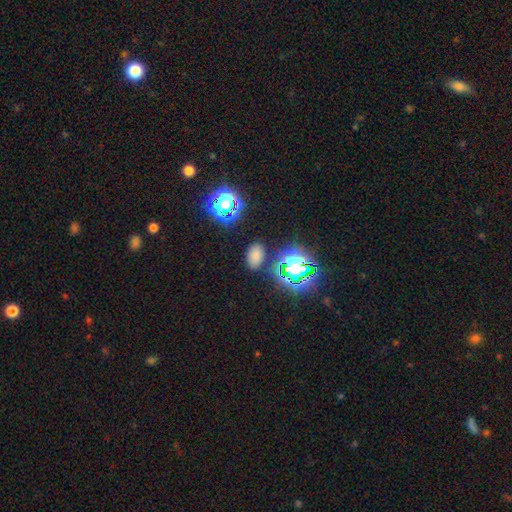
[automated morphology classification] A smooth galaxy with no disk features (66%) that is in between round and cigar-shaped (86%).

Vote fractions:
- Smooth or featured? smooth: 66% / star or artifact: 28% / featured or disk: 6%
- How rounded? in between: 86% / round: 13% / cigar-shaped: 1%
- Merging? none: 85% / minor disturbance: 9% / merger: 3% / major disturbance: 3%